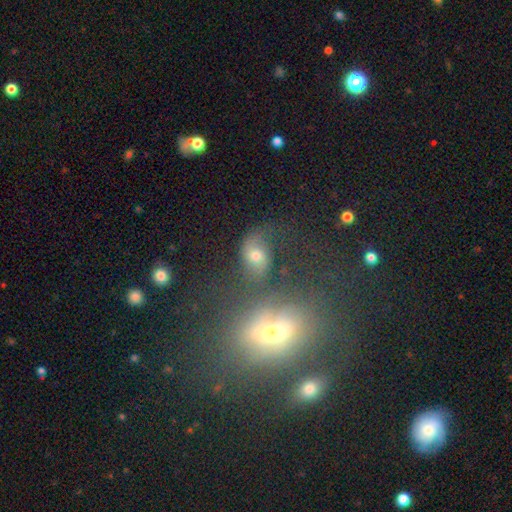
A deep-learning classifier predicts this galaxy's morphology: The model was most divided on "smooth or featured": featured or disk: 43%, smooth: 41%, star or artifact: 16%. Remaining: merging — none (48%).